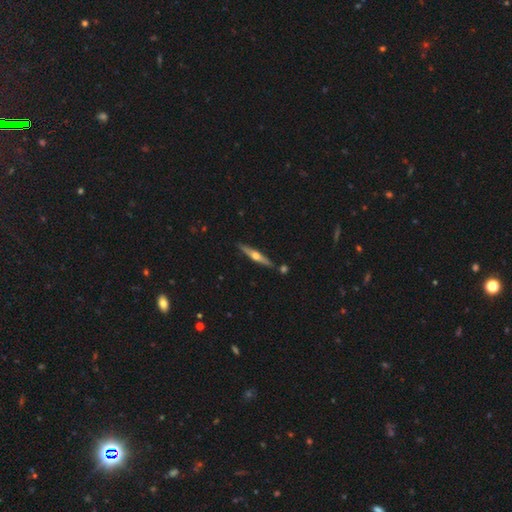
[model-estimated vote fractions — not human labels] A featured or disk galaxy (69%) viewed edge-on (97%) with a rounded central bulge (92%).

Vote fractions:
- Smooth or featured? featured or disk: 69% / smooth: 25% / star or artifact: 5%
- Edge-on disk? yes: 97% / no: 3%
- Edge-on bulge? rounded: 92% / none: 4% / boxy: 3%
- Merging? none: 85% / minor disturbance: 8% / merger: 5% / major disturbance: 2%